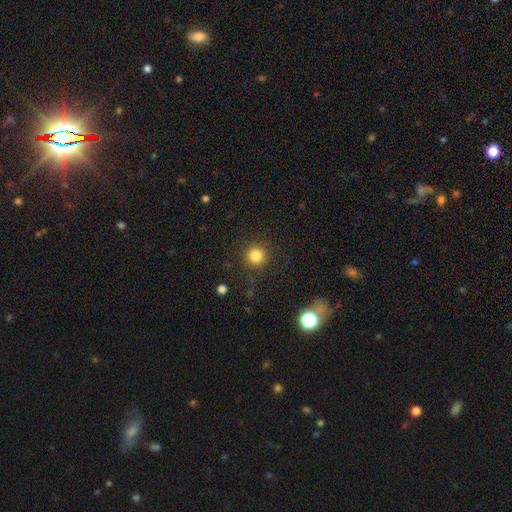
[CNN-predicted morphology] smooth_or_featured: smooth (p=0.83) [alt: star or artifact p=0.12]
how_rounded: round (p=0.94) [alt: in between p=0.05]
merging: none (p=0.89) [alt: minor disturbance p=0.07]